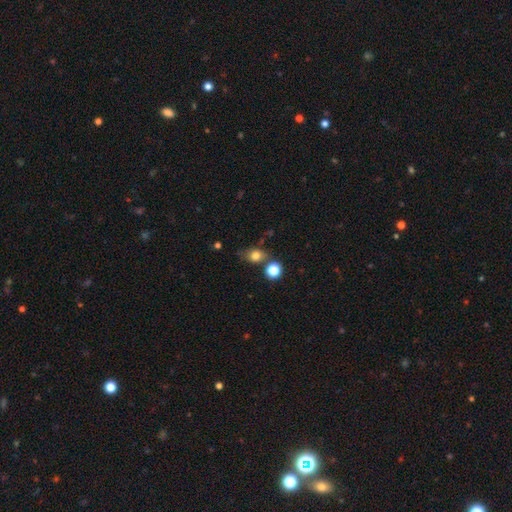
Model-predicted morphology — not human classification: This is likely a smooth galaxy (77%). How rounded: possibly round (50%). Merging: likely none (63%).